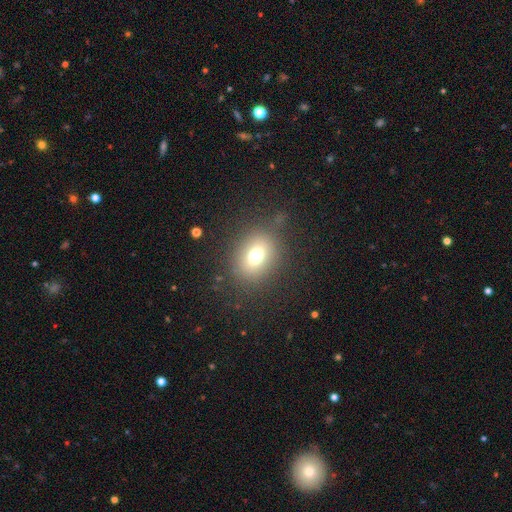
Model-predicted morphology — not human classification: type=smooth (71%); roundness=round (54%); merging=none (80%).